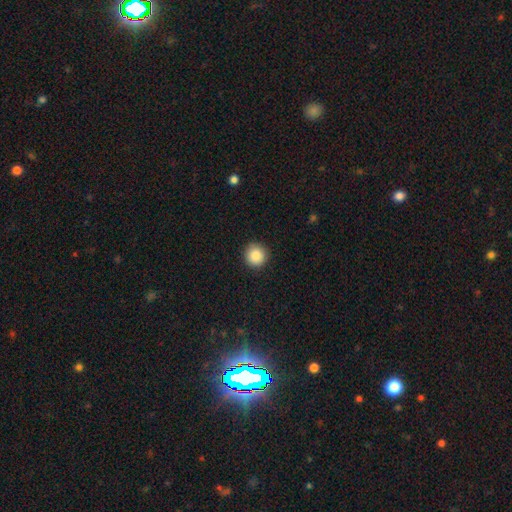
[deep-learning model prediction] This appears to be a smooth galaxy with no disk features (88%) that is round (95%). Merging: none (91%).